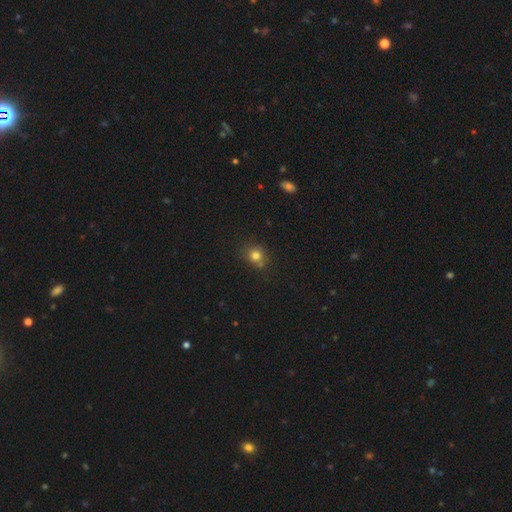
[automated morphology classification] Smooth or featured? smooth (78%)
How rounded? round (79%)
Merging? none (66%)